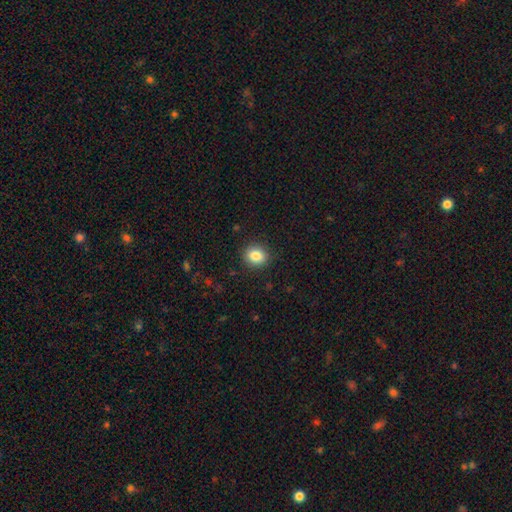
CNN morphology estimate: Overall: smooth (85%). How rounded: round (76%). Merging: none (89%).